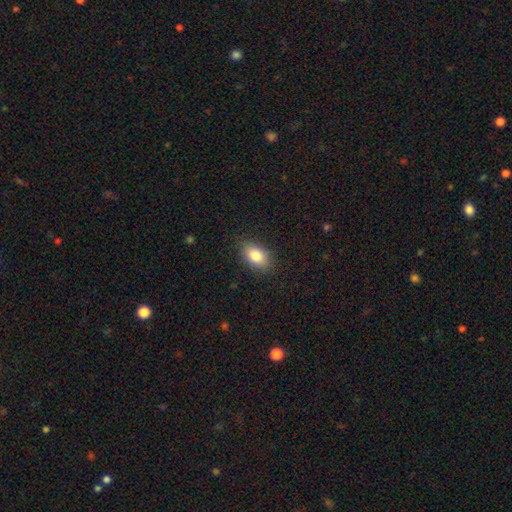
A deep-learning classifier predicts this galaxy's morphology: Smooth or featured? Predicted: smooth (p=0.83). How rounded? Predicted: in between (p=0.88). Merging? Predicted: none (p=0.85).